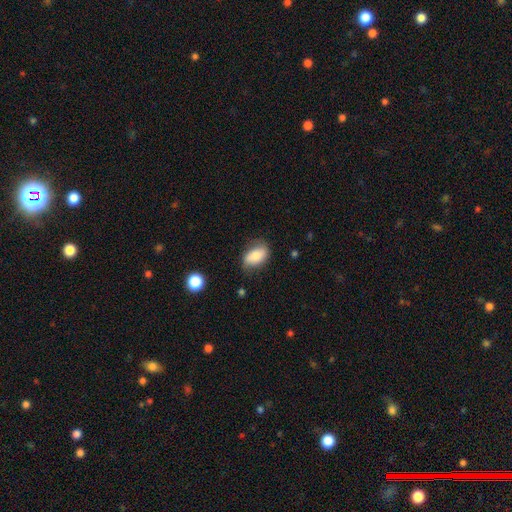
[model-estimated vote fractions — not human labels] Overall: smooth (73%). How rounded: in between (89%). Merging: none (63%; minor disturbance 28%).